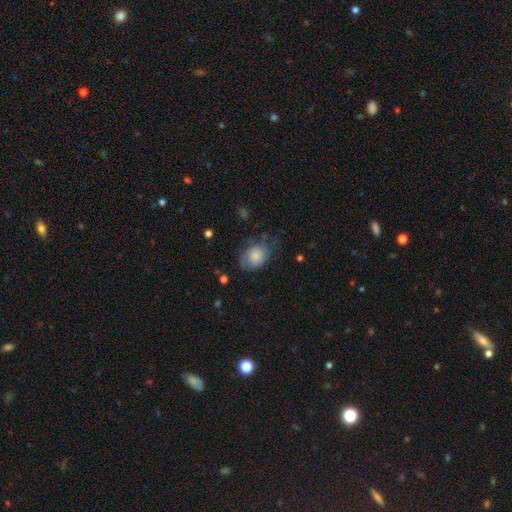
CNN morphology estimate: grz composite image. It shows a smooth galaxy with no disk features (78%) that is in between round and cigar-shaped (55%). Merging: none (48%).